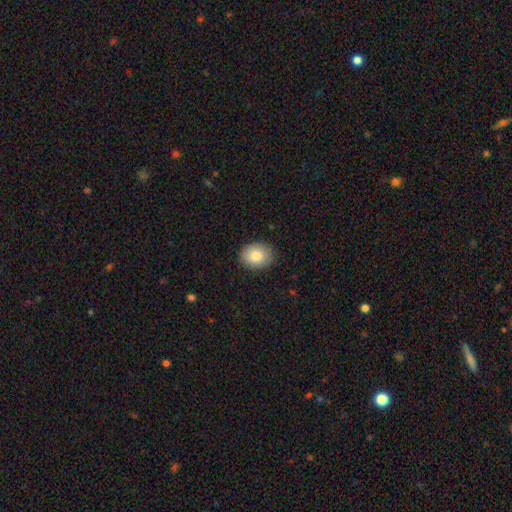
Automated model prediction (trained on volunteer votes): Morphology: type=smooth (84%); roundness=in between (53%); merging=none (88%).